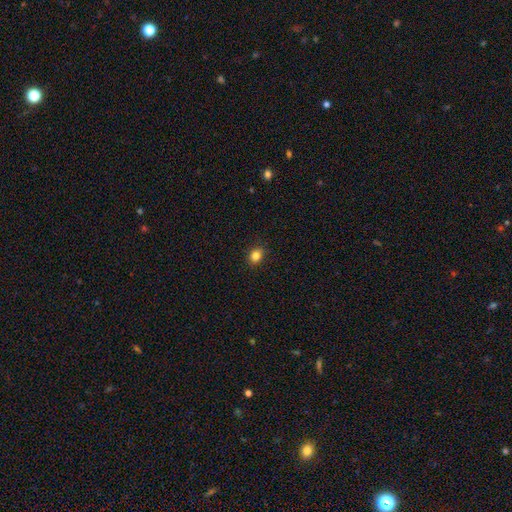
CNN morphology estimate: Smooth or featured?
  - smooth: 84% *
  - star or artifact: 12%
  - featured or disk: 5%
How rounded?
  - round: 60% *
  - in between: 39%
  - cigar-shaped: 1%
Merging?
  - none: 89% *
  - minor disturbance: 8%
  - major disturbance: 2%
  - merger: 1%